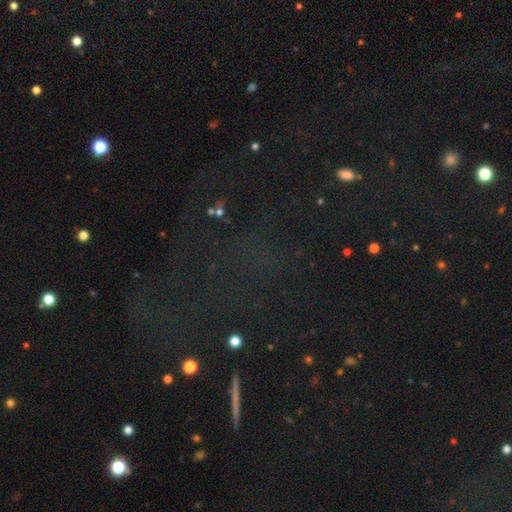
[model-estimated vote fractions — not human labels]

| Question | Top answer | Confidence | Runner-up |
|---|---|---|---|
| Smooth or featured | star or artifact | 66% | smooth (21%) |